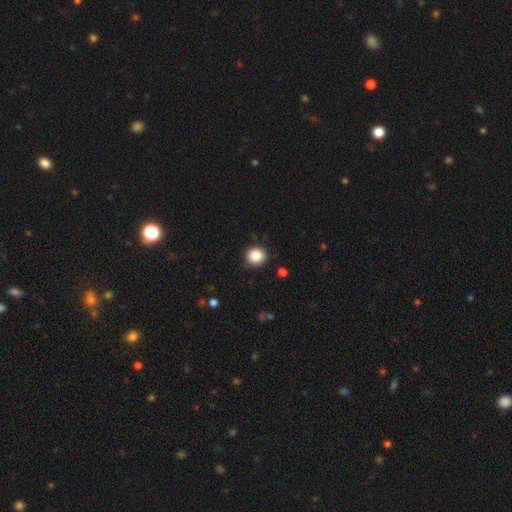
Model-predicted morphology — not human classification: smooth-or-featured: smooth: 87% | star or artifact: 10% | featured or disk: 3%
  how-rounded: round: 92% | in between: 7% | cigar-shaped: 1%
  merging: none: 89% | minor disturbance: 8% | major disturbance: 2% | merger: 1%